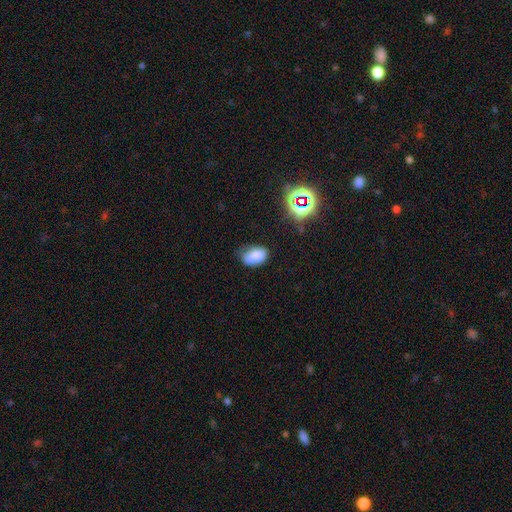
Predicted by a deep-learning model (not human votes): Morphology: type=smooth (79%); roundness=in between (87%); merging=none (50%).